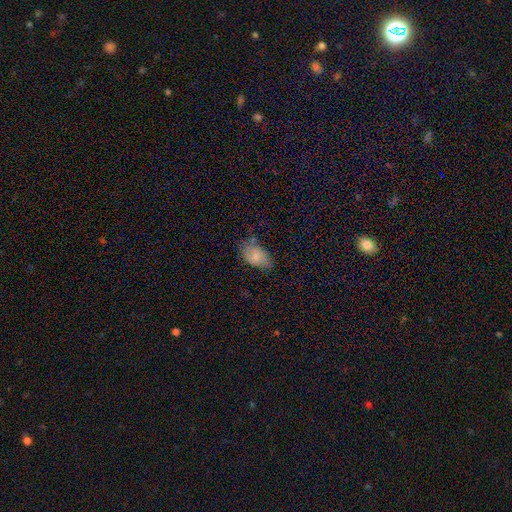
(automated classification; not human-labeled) The model was most divided on "merging": none: 56%, minor disturbance: 31%, major disturbance: 10%, merger: 3%. More confident: how rounded — in between (91%); smooth or featured — smooth (63%).